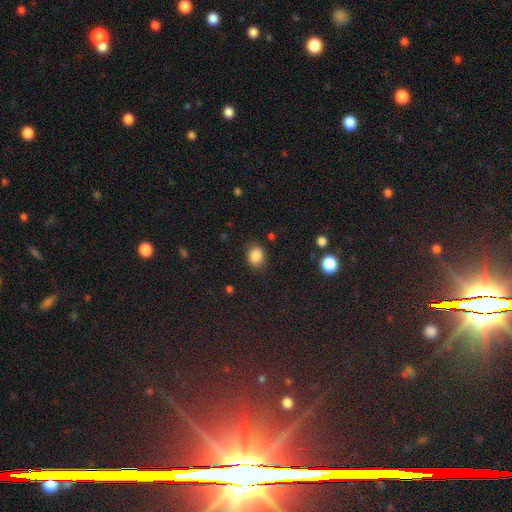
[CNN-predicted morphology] A smooth galaxy with no disk features (85%) that is in between round and cigar-shaped (54%).

Vote fractions:
- Smooth or featured? smooth: 85% / star or artifact: 10% / featured or disk: 5%
- How rounded? in between: 54% / round: 45% / cigar-shaped: 1%
- Merging? none: 81% / minor disturbance: 14% / major disturbance: 4% / merger: 2%